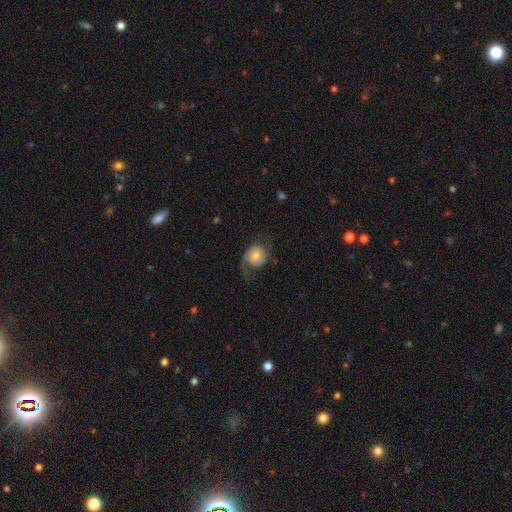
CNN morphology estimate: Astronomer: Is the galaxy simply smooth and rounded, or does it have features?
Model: featured or disk — 64%.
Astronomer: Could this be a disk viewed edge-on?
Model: no — 97%.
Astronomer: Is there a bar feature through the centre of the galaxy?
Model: no — 70%.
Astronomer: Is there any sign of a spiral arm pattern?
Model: yes — 93%.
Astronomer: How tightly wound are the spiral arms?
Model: loose — 57% (runner-up: medium, 34%).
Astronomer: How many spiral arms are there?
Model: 2 — 87%.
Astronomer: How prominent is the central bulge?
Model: moderate — 35% (runner-up: small, 32%).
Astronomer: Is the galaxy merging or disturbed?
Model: none — 65%.